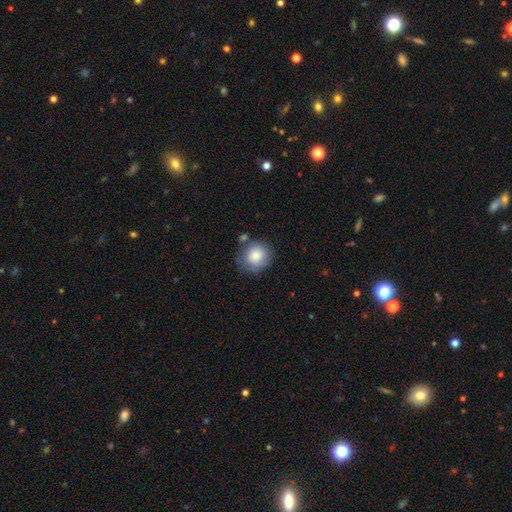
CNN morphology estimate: smooth-or-featured: smooth: 83% | featured or disk: 10% | star or artifact: 7%
  how-rounded: round: 85% | in between: 14% | cigar-shaped: 1%
  merging: none: 69% | minor disturbance: 19% | merger: 7% | major disturbance: 5%